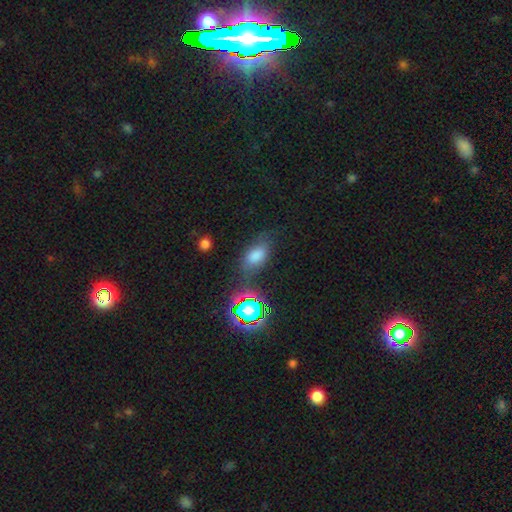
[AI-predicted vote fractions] Smooth or featured? smooth (70%)
How rounded? in between (85%)
Merging? none (64%)